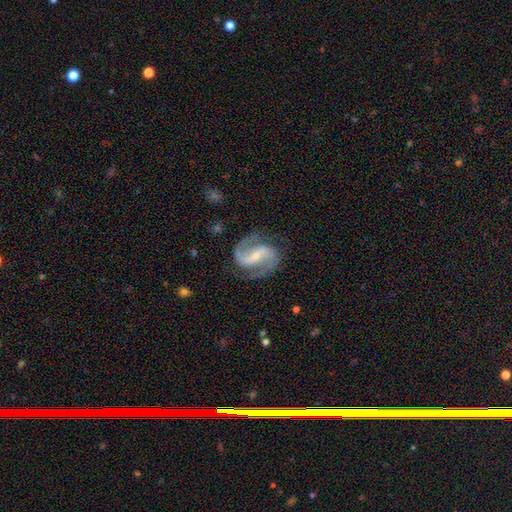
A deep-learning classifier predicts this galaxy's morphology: Q: Smooth or featured?
A: featured or disk (92%); runner-up: star or artifact (4%)
Q: Edge-on disk?
A: no (98%); runner-up: yes (2%)
Q: Bar?
A: strong (48%); runner-up: weak (37%)
Q: Spiral arms?
A: yes (98%); runner-up: no (2%)
Q: Spiral winding?
A: medium (62%); runner-up: tight (19%)
Q: Spiral arm count?
A: 2 (94%); runner-up: can't tell (2%)
Q: Bulge size?
A: small (62%); runner-up: moderate (31%)
Q: Merging?
A: none (82%); runner-up: minor disturbance (12%)